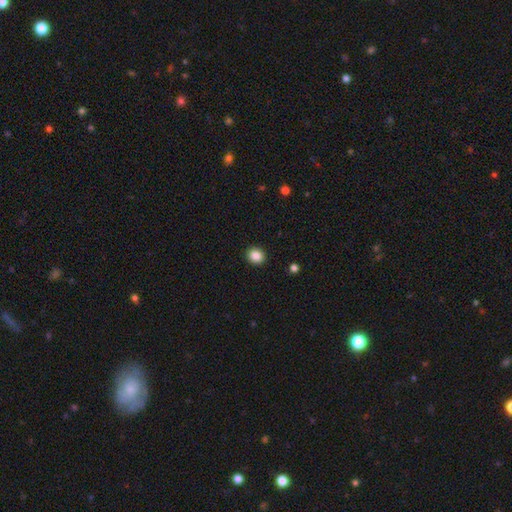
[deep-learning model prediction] A smooth galaxy with no disk features (87%) that is round (75%). Merging: none (92%).